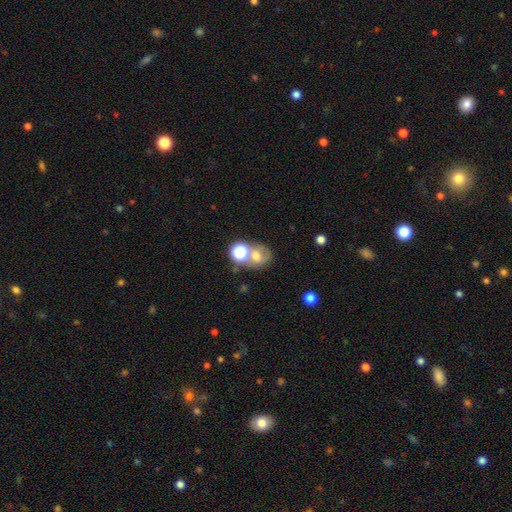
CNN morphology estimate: The model was most divided on "merging": none: 41%, merger: 37%, minor disturbance: 13%, major disturbance: 9%. More confident: how rounded — round (61%); smooth or featured — smooth (56%).